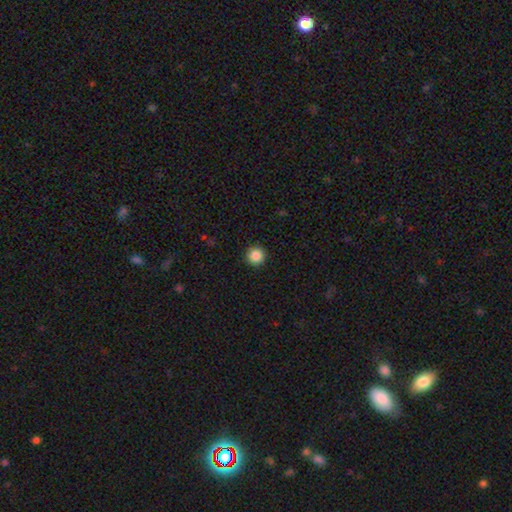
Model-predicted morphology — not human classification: Smooth or featured? smooth (87%)
How rounded? round (96%)
Merging? none (93%)